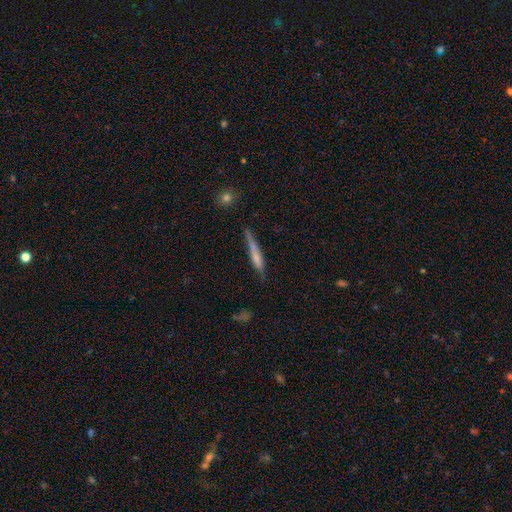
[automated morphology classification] A smooth galaxy with no disk features (58%) that is cigar-shaped (93%).

Vote fractions:
- Smooth or featured? smooth: 58% / featured or disk: 35% / star or artifact: 7%
- How rounded? cigar-shaped: 93% / in between: 6% / round: 2%
- Merging? none: 69% / minor disturbance: 22% / major disturbance: 5% / merger: 3%